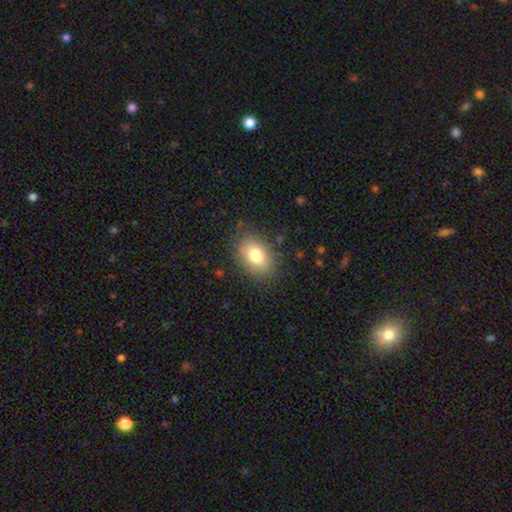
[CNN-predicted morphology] This is likely a smooth galaxy (78%). How rounded: likely in between (80%). Merging: clearly none (82%).